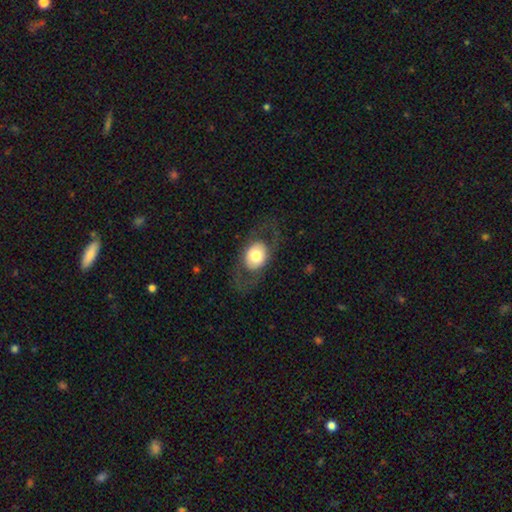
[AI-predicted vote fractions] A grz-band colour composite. It shows a smooth galaxy with no disk features (53%) that is in between round and cigar-shaped (54%). Merging: none (73%).